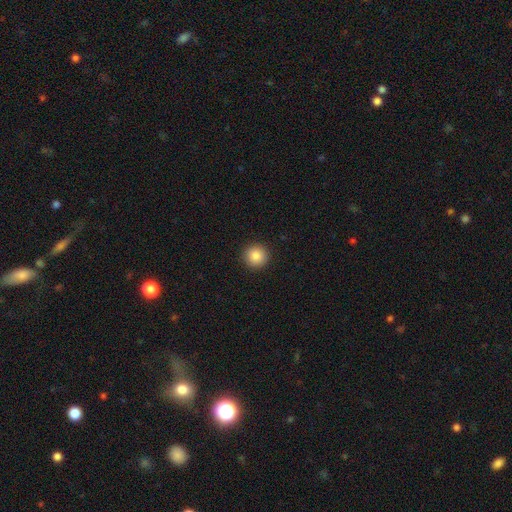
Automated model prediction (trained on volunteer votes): A smooth galaxy with no disk features (86%) that is round (95%). Merging: none (93%).